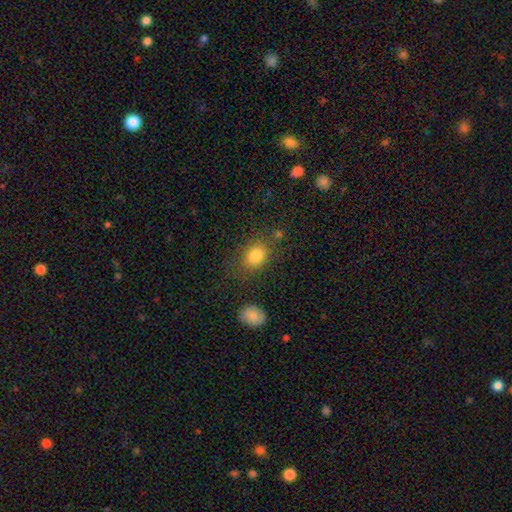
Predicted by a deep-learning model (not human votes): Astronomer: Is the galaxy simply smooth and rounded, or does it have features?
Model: smooth — 82%.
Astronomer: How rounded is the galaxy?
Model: in between — 62% (runner-up: round, 37%).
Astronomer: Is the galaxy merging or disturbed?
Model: none — 73%.